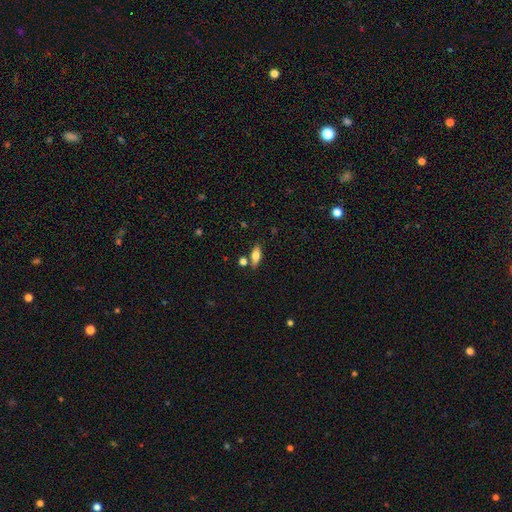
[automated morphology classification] smooth 65%, featured or disk 27%, star or artifact 8%. Down the decision tree: how rounded — in between (73%); merging — none (76%).